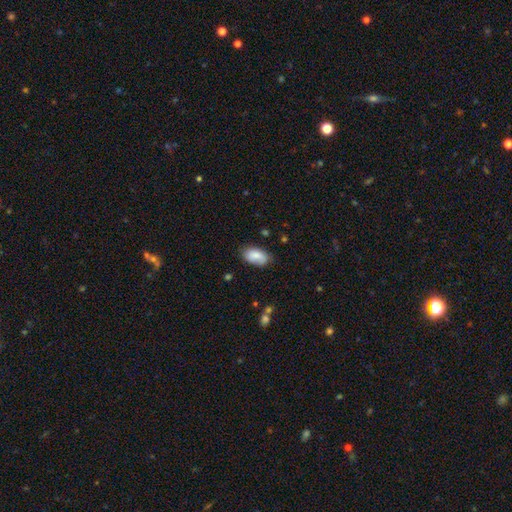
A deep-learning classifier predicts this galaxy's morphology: Smooth or featured?
  - smooth: 79% *
  - featured or disk: 14%
  - star or artifact: 7%
How rounded?
  - in between: 93% *
  - round: 4%
  - cigar-shaped: 2%
Merging?
  - none: 73% *
  - minor disturbance: 21%
  - major disturbance: 4%
  - merger: 2%